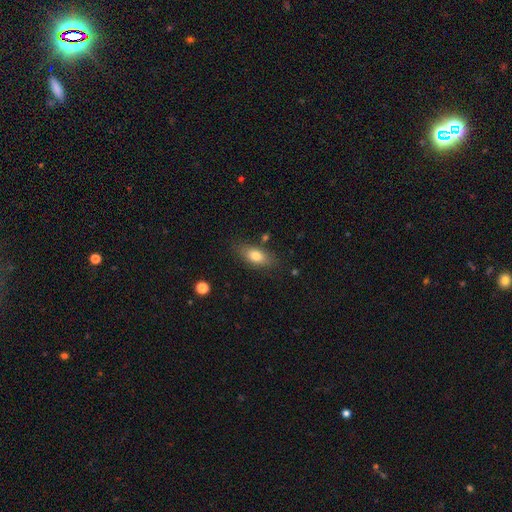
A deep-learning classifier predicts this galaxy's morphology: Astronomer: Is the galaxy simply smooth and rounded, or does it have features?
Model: smooth — 78%.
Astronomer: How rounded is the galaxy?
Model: in between — 82%.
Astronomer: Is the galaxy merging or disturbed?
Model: none — 79%.